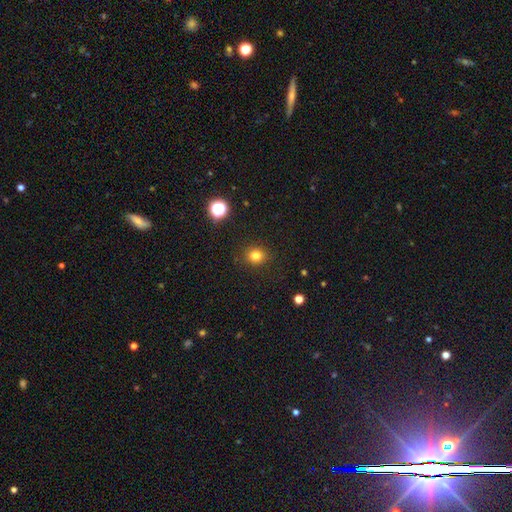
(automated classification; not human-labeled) A smooth galaxy with no disk features (80%) that is round (82%).

Vote fractions:
- Smooth or featured? smooth: 80% / star or artifact: 14% / featured or disk: 5%
- How rounded? round: 82% / in between: 18% / cigar-shaped: 1%
- Merging? none: 89% / minor disturbance: 7% / major disturbance: 2% / merger: 1%